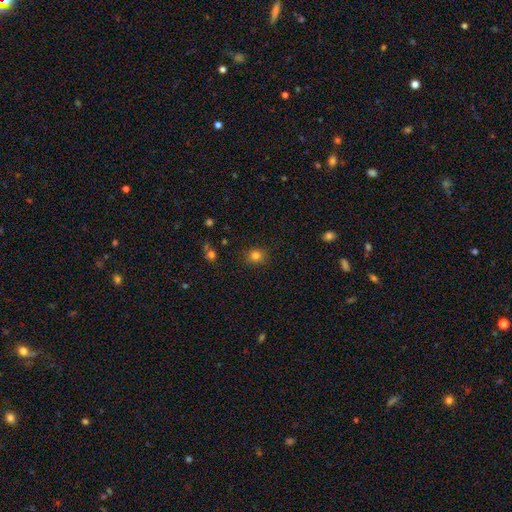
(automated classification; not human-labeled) Morphology: type=smooth (81%); roundness=round (79%); merging=none (87%).